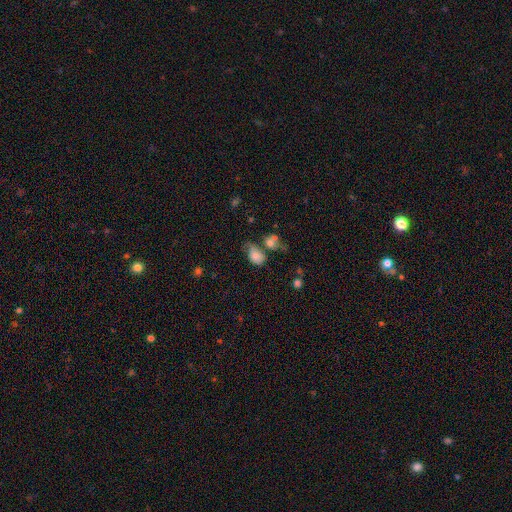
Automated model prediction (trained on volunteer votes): Overall: smooth (73%). How rounded: in between (80%). Merging: none (30%; minor disturbance 27%).